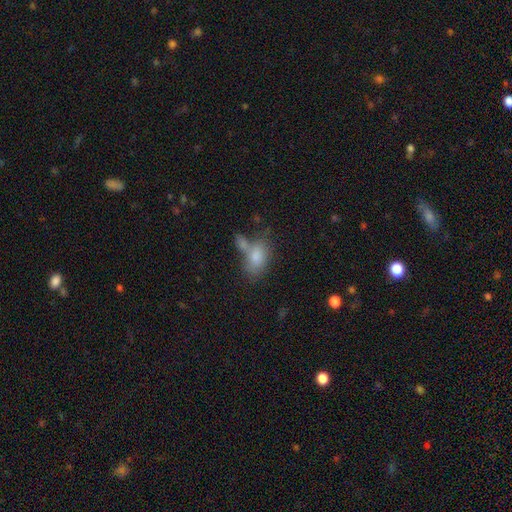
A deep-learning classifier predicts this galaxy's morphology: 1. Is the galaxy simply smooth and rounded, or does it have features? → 78% smooth, 13% featured or disk, 9% star or artifact.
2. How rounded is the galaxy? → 89% in between, 8% round, 3% cigar-shaped.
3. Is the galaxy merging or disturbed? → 40% none, 35% merger, 17% minor disturbance, 9% major disturbance.